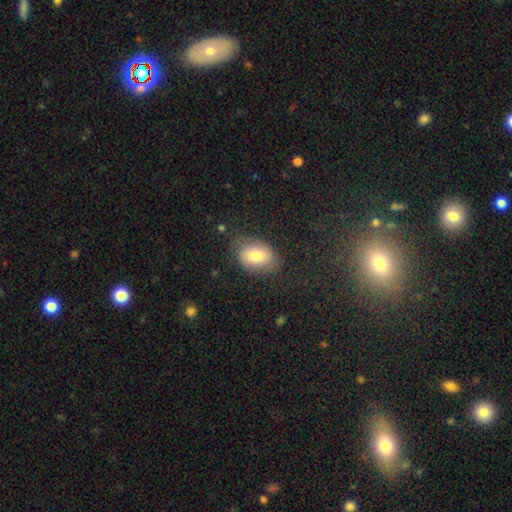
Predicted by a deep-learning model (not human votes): smooth_or_featured: smooth (p=0.76) [alt: featured or disk p=0.15]
how_rounded: in between (p=0.76) [alt: round p=0.23]
merging: none (p=0.72) [alt: minor disturbance p=0.20]